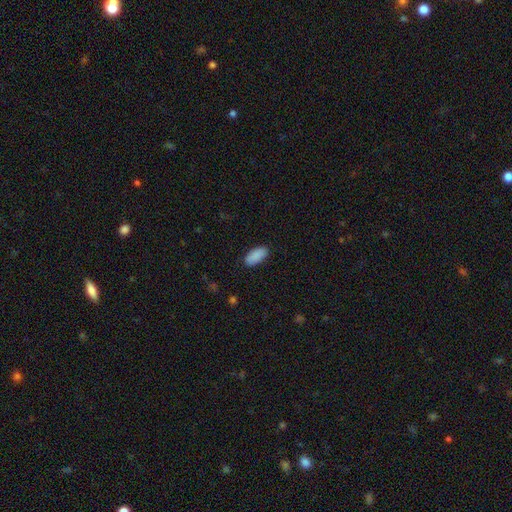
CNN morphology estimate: A smooth galaxy with no disk features (90%) that is in between round and cigar-shaped (91%). Merging: none (87%).